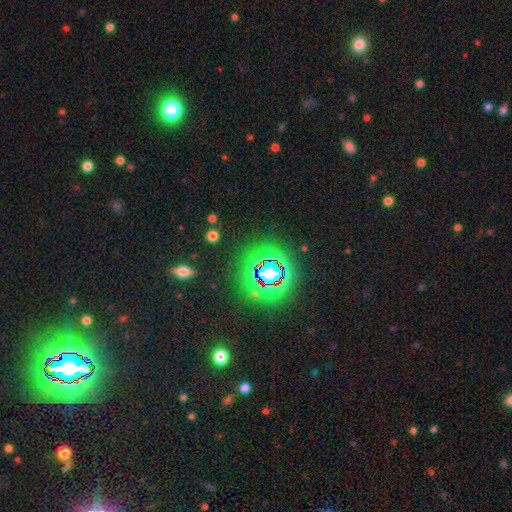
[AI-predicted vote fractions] Morphology: type=star or artifact (84%).